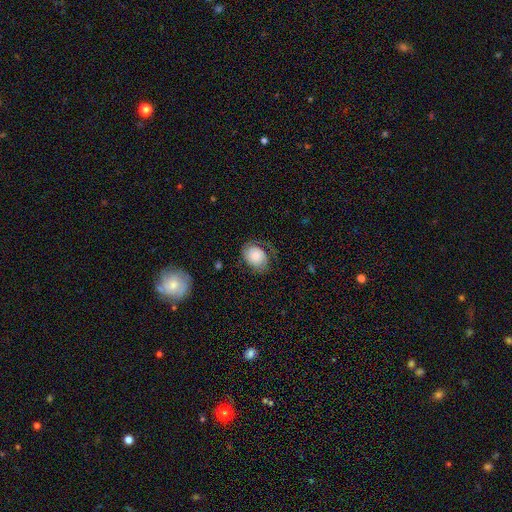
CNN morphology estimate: The model was most divided on "how rounded": in between: 54%, round: 45%, cigar-shaped: 1%. More confident: merging — none (57%); smooth or featured — smooth (50%).